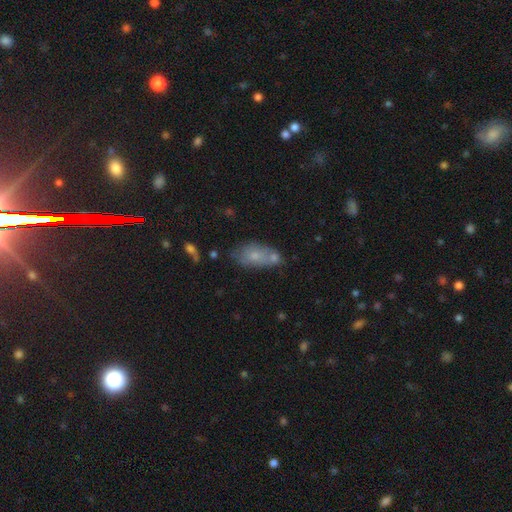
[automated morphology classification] Smooth or featured? smooth (67%)
How rounded? in between (87%)
Merging? none (41%)